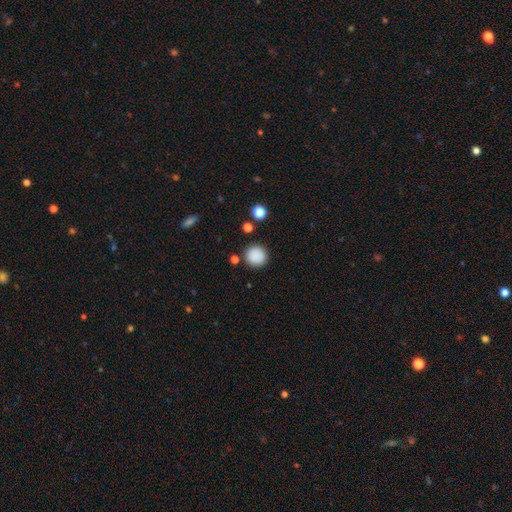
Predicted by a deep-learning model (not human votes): Morphology: type=smooth (87%); roundness=round (93%); merging=none (87%).